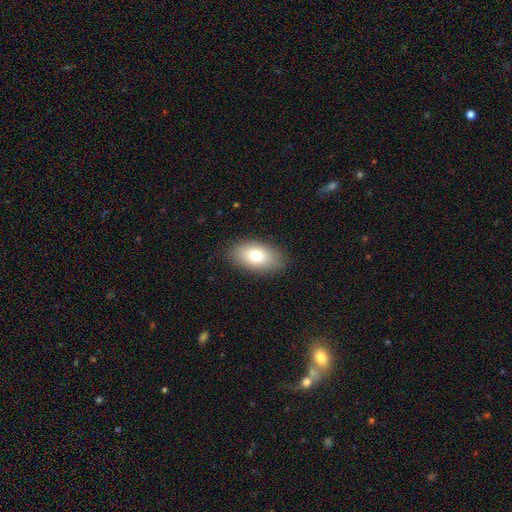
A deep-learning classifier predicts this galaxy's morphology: This appears to be a smooth galaxy with no disk features (75%) that is in between round and cigar-shaped (91%). Merging: none (87%).